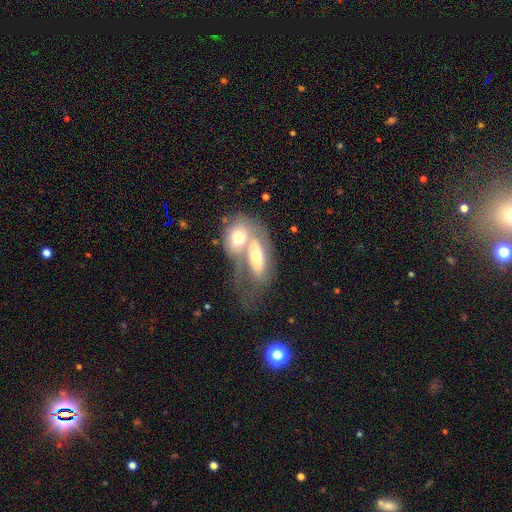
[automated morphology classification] smooth_or_featured: smooth (p=0.48) [alt: featured or disk p=0.45]
merging: merger (p=0.76) [alt: none p=0.11]